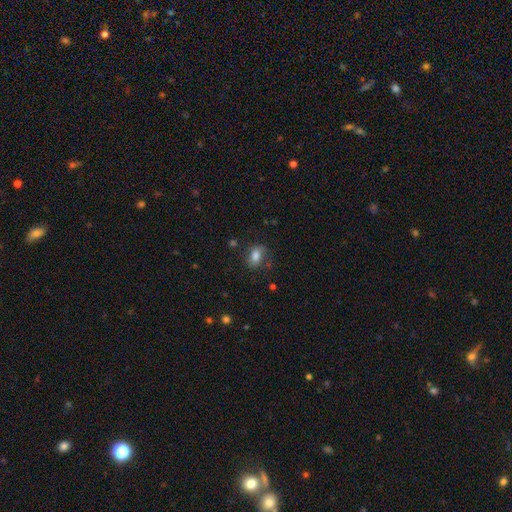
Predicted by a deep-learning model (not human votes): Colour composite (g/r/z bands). It shows a smooth galaxy with no disk features (76%) that is in between round and cigar-shaped (79%). Merging: none (67%).